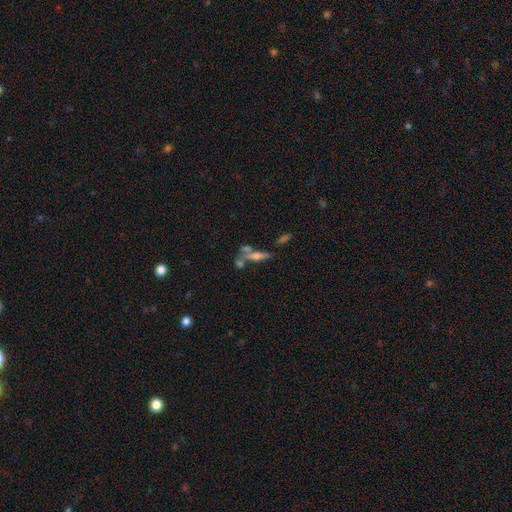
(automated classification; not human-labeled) Morphology: type=smooth (44%); merging=none (42%).